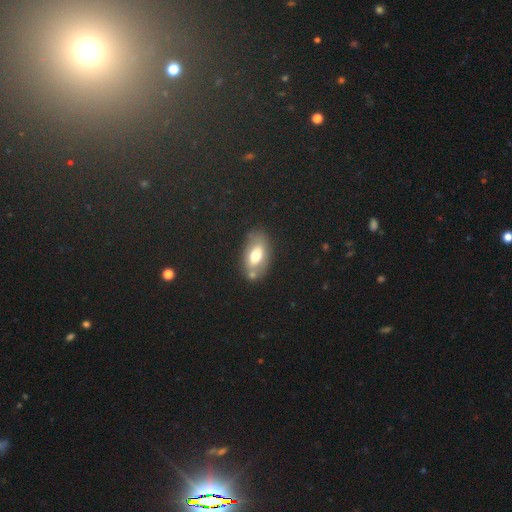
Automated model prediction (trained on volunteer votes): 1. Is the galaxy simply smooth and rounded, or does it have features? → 65% smooth, 26% featured or disk, 9% star or artifact.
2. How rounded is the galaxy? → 89% in between, 8% round, 3% cigar-shaped.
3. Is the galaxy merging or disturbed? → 65% none, 16% minor disturbance, 15% merger, 5% major disturbance.